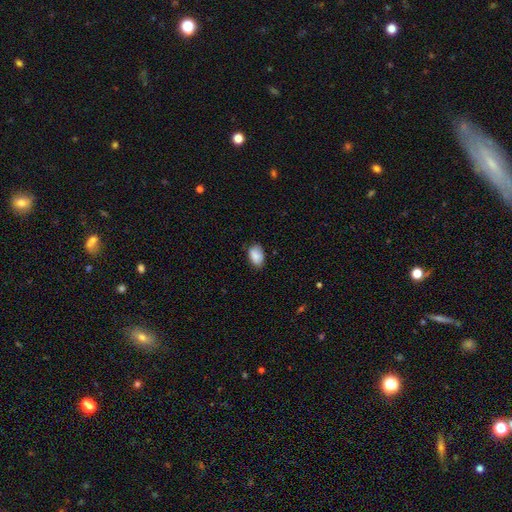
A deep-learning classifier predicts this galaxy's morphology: smooth_or_featured: smooth (p=0.86) [alt: star or artifact p=0.07]
how_rounded: in between (p=0.89) [alt: round p=0.09]
merging: none (p=0.74) [alt: minor disturbance p=0.21]